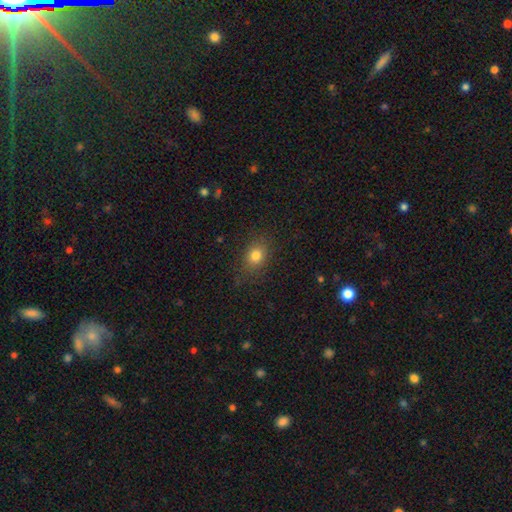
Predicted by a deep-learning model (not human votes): Smooth or featured: smooth — 80% (star or artifact — 12%)
How rounded: in between — 52% (round — 47%)
Merging: none — 80% (minor disturbance — 14%)